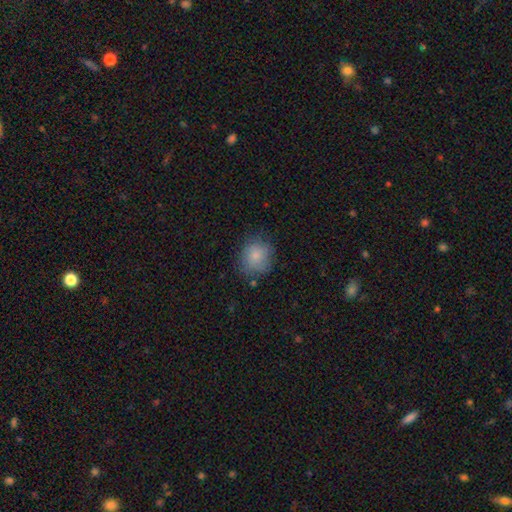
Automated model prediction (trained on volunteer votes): A smooth galaxy with no disk features (82%) that is round (79%). Merging: none (71%).